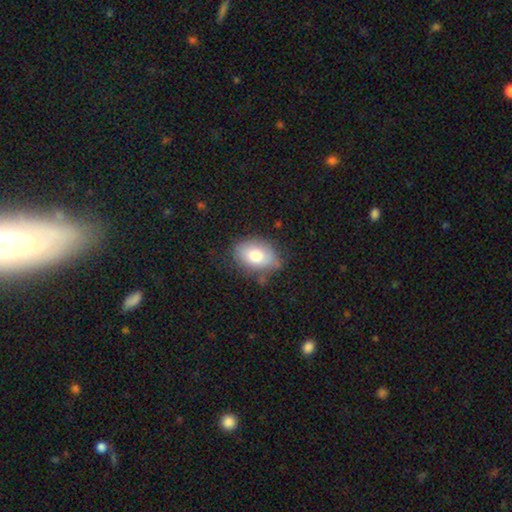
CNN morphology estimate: smooth 75%, featured or disk 17%, star or artifact 8%. Down the decision tree: how rounded — in between (78%); merging — none (68%).